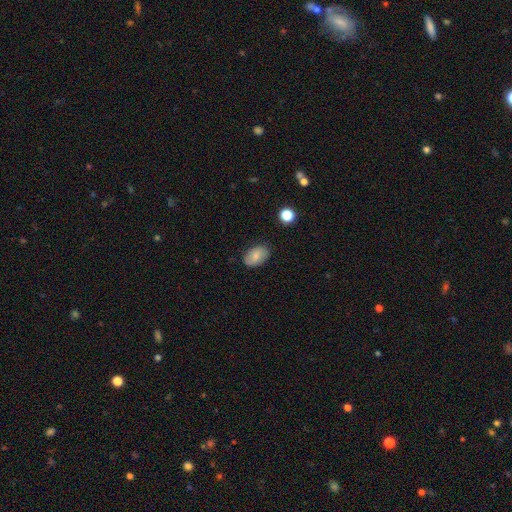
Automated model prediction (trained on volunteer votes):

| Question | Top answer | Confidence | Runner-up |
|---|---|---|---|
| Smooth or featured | smooth | 78% | featured or disk (14%) |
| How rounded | in between | 88% | round (11%) |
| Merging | none | 81% | minor disturbance (14%) |